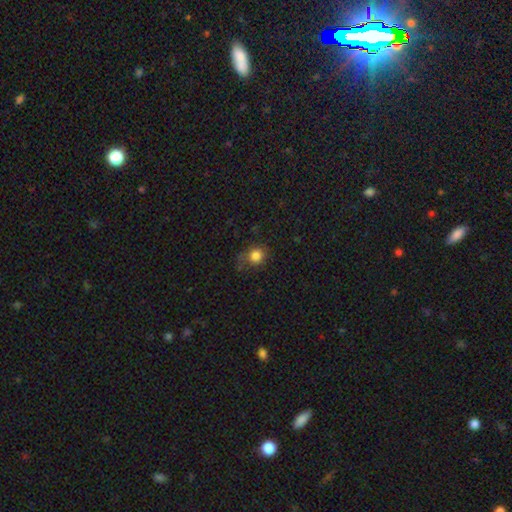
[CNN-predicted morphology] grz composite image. It shows a smooth galaxy with no disk features (82%) that is round (79%). Merging: none (62%).